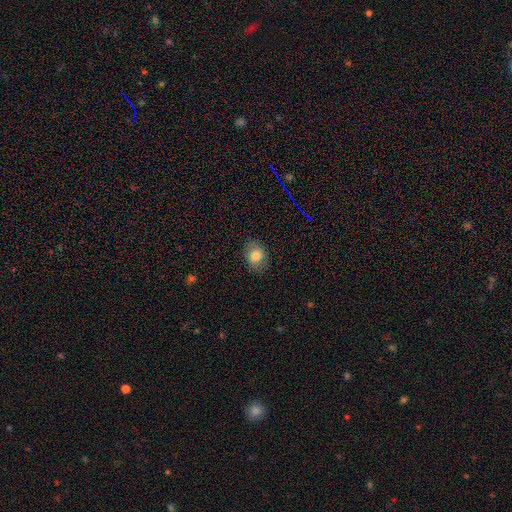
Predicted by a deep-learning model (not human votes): Morphology: type=smooth (79%); roundness=in between (62%); merging=none (81%).